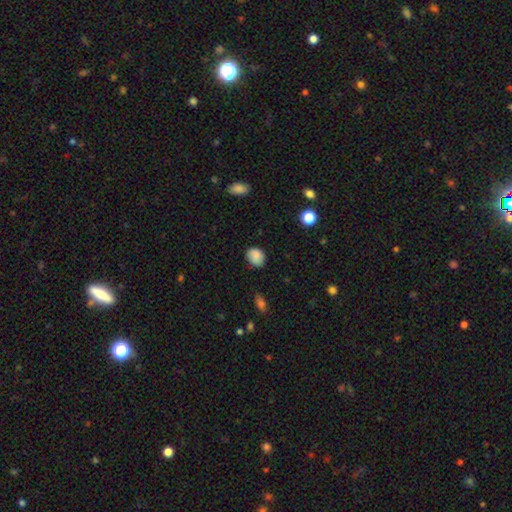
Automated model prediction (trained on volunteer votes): Morphology: type=smooth (85%); roundness=round (54%); merging=none (76%).